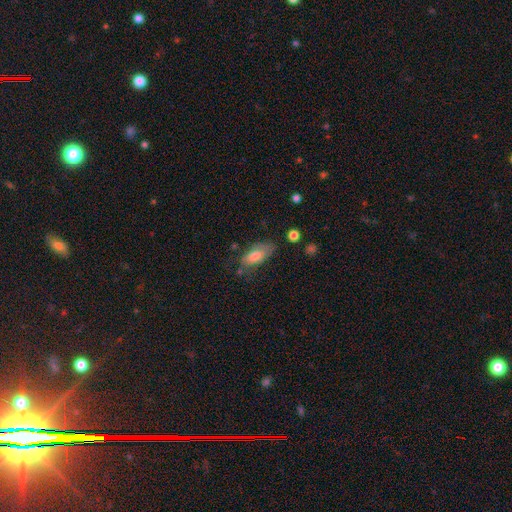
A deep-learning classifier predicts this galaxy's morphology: Smooth or featured: smooth — 72% (featured or disk — 20%)
How rounded: in between — 83% (cigar-shaped — 14%)
Merging: none — 61% (minor disturbance — 27%)